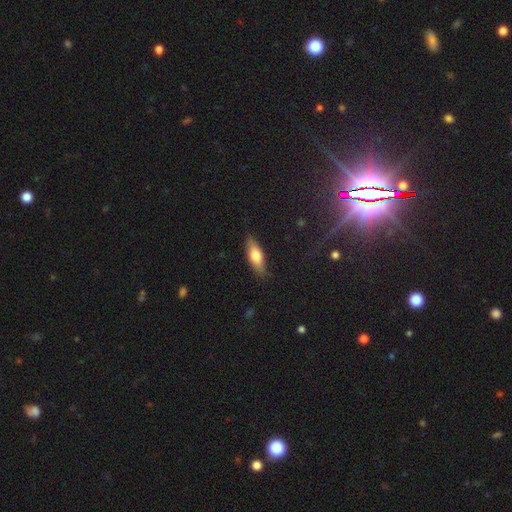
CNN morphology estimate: Q: Smooth or featured?
A: smooth (68%); runner-up: featured or disk (26%)
Q: How rounded?
A: in between (61%); runner-up: cigar-shaped (36%)
Q: Merging?
A: none (83%); runner-up: minor disturbance (13%)